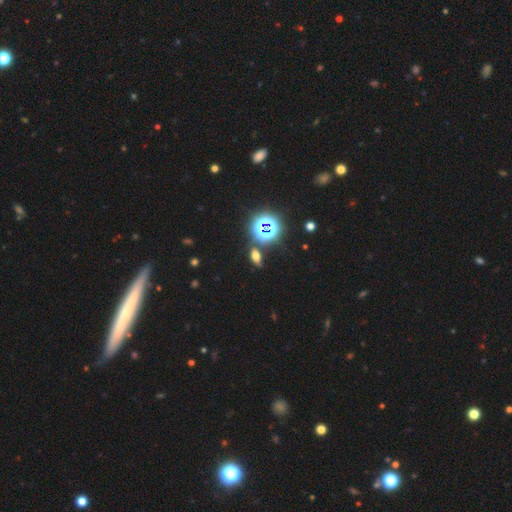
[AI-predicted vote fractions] This is marginally a smooth galaxy (44%). Merging: likely none (75%).